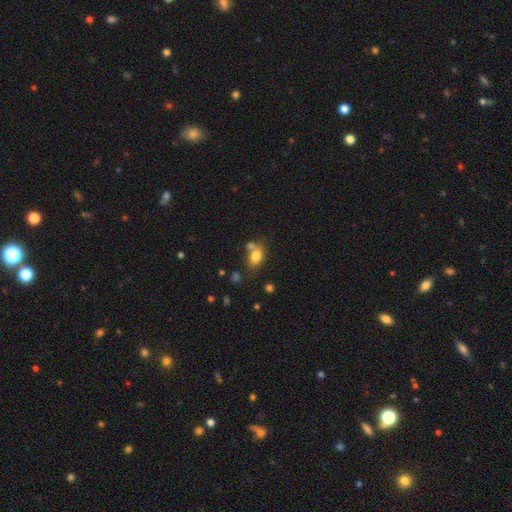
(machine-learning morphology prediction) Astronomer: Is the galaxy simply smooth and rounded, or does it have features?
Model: smooth — 79%.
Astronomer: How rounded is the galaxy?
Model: in between — 78%.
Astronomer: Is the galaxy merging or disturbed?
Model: none — 48% (runner-up: merger, 30%).